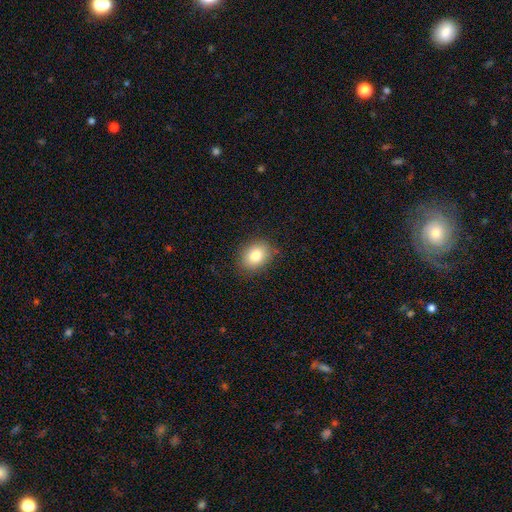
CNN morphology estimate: type=smooth (81%); roundness=in between (61%); merging=none (85%).